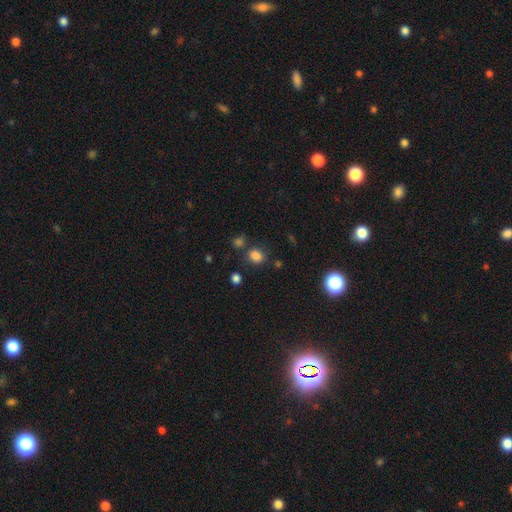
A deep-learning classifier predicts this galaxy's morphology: Smooth or featured?
  - smooth: 80% *
  - star or artifact: 15%
  - featured or disk: 4%
How rounded?
  - round: 54% *
  - in between: 45%
  - cigar-shaped: 1%
Merging?
  - none: 74% *
  - minor disturbance: 12%
  - merger: 10%
  - major disturbance: 5%